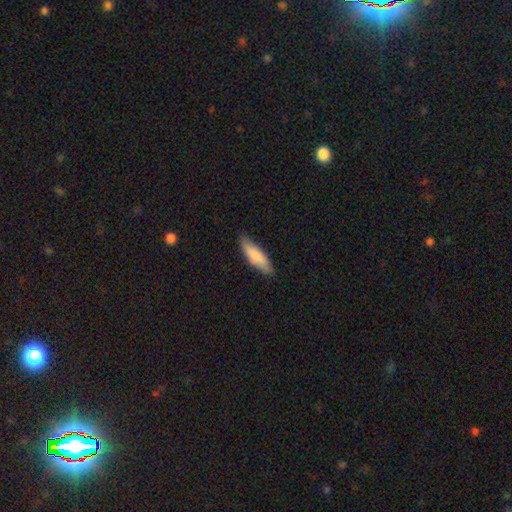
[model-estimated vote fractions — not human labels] Smooth or featured? smooth (83%)
How rounded? cigar-shaped (53%)
Merging? none (82%)